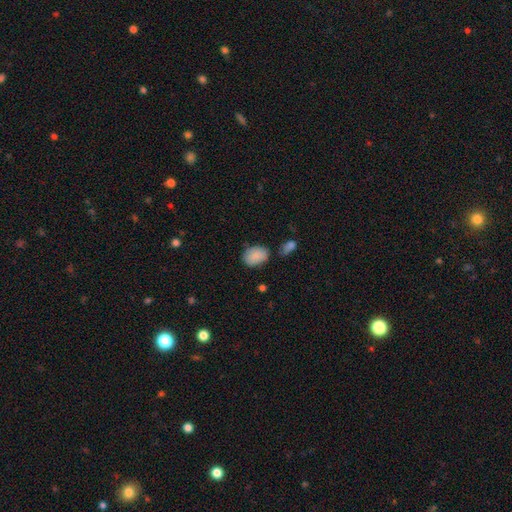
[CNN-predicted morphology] Smooth or featured: smooth — 87% (star or artifact — 7%)
How rounded: in between — 83% (round — 16%)
Merging: none — 62% (minor disturbance — 23%)